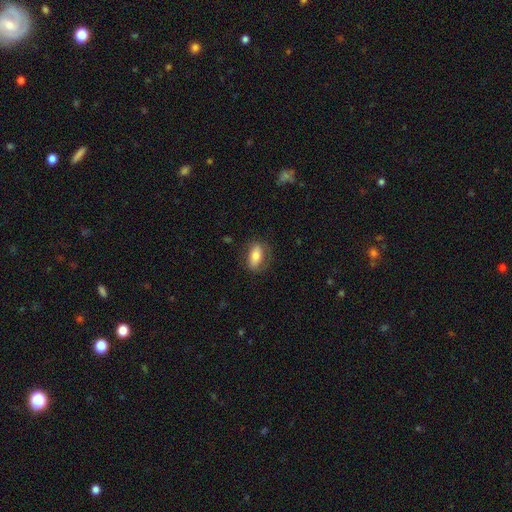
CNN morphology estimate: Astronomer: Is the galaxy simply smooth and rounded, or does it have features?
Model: smooth — 71%.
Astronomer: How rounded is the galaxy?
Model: in between — 83%.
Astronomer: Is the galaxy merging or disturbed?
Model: none — 74%.